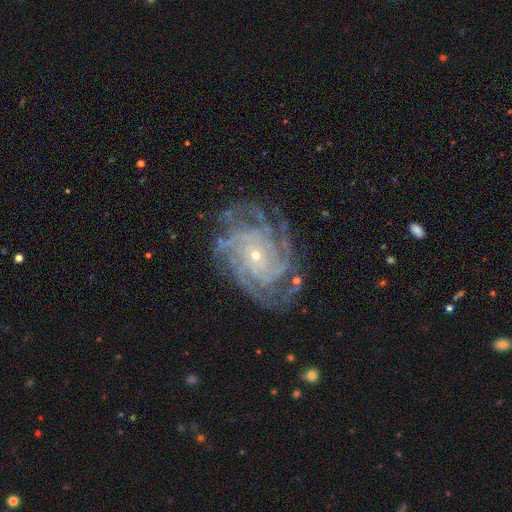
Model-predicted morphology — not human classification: This is clearly a featured or disk galaxy (90%). It is clearly not viewed edge-on (97%). Bar: likely no (77%). Spiral arm pattern: clearly yes (98%). Spiral arm count: marginally more than 4 (31%). Spiral winding: likely tight (74%). Central bulge: clearly small (83%). Merging: likely none (76%).